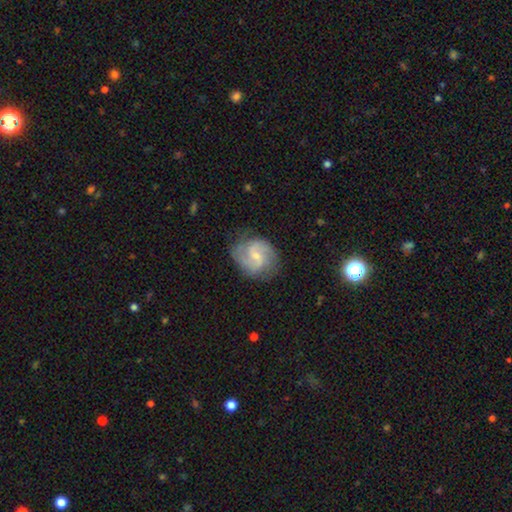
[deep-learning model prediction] The model was most divided on "spiral winding": medium: 52%, loose: 29%, tight: 19%. More confident: edge-on disk — no (98%); spiral arms — yes (95%); smooth or featured — featured or disk (78%); spiral arm count — 2 (75%); merging — none (72%); bulge size — small (61%); bar — weak (58%).